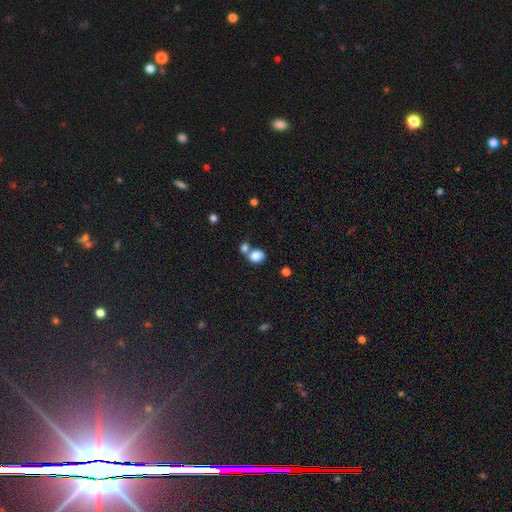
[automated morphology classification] smooth_or_featured: smooth (p=0.84) [alt: star or artifact p=0.09]
how_rounded: round (p=0.58) [alt: in between p=0.41]
merging: none (p=0.45) [alt: merger p=0.41]